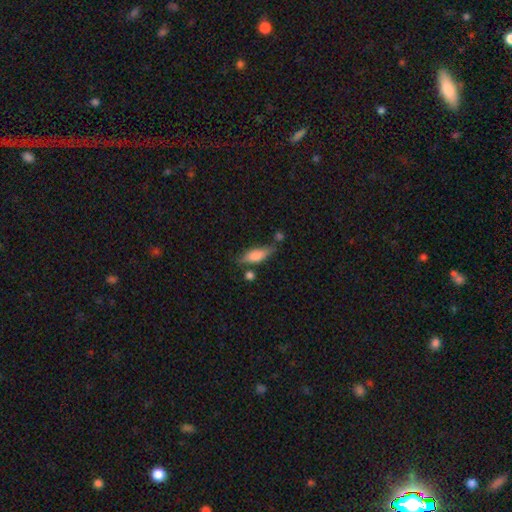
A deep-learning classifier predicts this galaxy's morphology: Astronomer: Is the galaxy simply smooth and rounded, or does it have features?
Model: smooth — 76%.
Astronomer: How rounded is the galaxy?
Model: in between — 61% (runner-up: cigar-shaped, 37%).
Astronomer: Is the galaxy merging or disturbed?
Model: none — 59%.